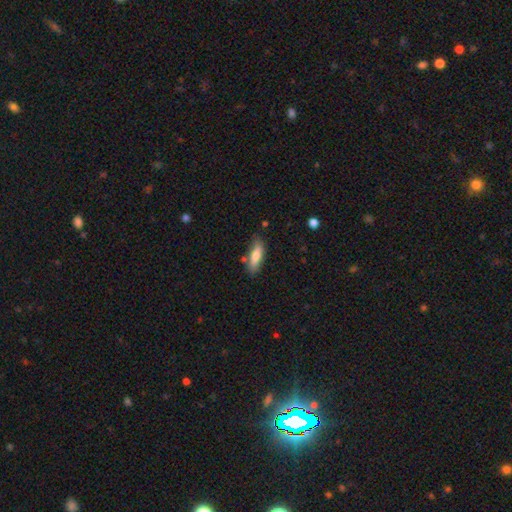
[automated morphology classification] A smooth galaxy with no disk features (73%) that is cigar-shaped (49%, tied with in between).

Vote fractions:
- Smooth or featured? smooth: 73% / featured or disk: 21% / star or artifact: 6%
- How rounded? cigar-shaped: 49% (tied) / in between: 49% (tied) / round: 2%
- Merging? none: 74% / minor disturbance: 17% / merger: 6% / major disturbance: 3%